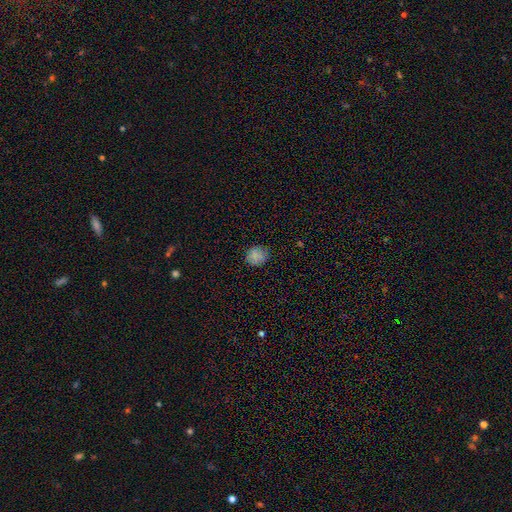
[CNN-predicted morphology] type=smooth (82%); roundness=round (77%); merging=none (83%).